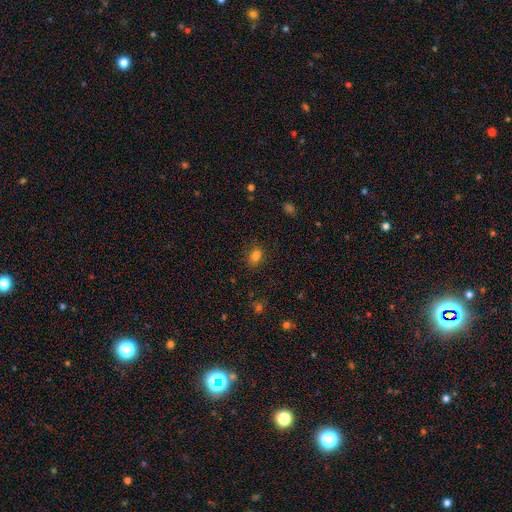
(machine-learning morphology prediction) type=smooth (79%); roundness=in between (70%); merging=none (76%).